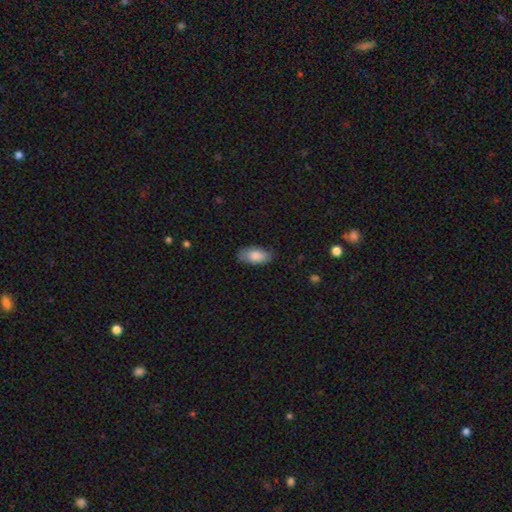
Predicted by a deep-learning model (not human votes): This appears to be a smooth galaxy with no disk features (84%) that is in between round and cigar-shaped (93%). Merging: none (77%).